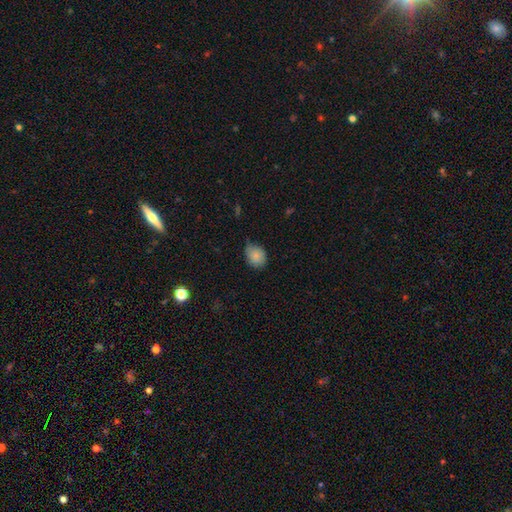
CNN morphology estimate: Q: Smooth or featured?
A: smooth (84%); runner-up: star or artifact (9%)
Q: How rounded?
A: in between (50%); runner-up: round (49%)
Q: Merging?
A: none (54%); runner-up: minor disturbance (38%)